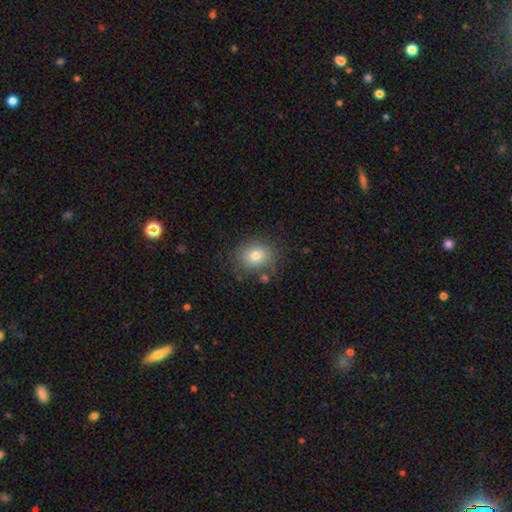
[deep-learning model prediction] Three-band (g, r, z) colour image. It shows a smooth galaxy with no disk features (80%) that is round (62%). Merging: none (80%).